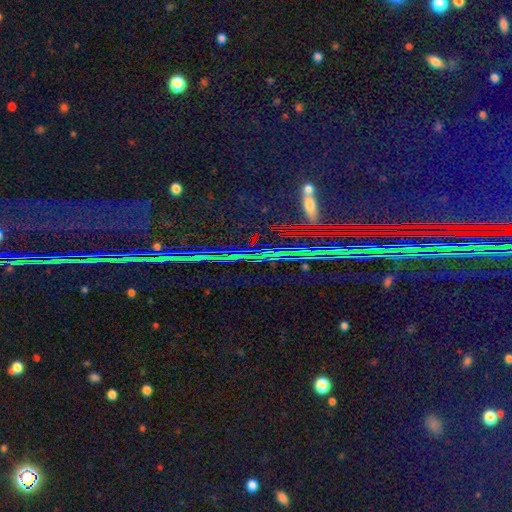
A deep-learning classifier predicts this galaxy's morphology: Overall: star or artifact (87%).